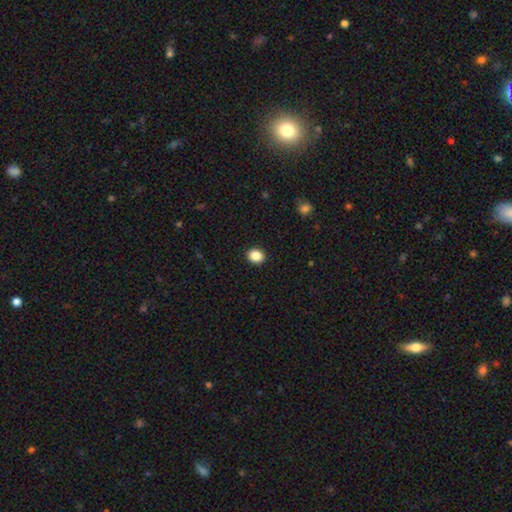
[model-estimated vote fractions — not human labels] The model was most divided on "how rounded": round: 66%, in between: 33%, cigar-shaped: 1%. More confident: merging — none (92%); smooth or featured — smooth (86%).